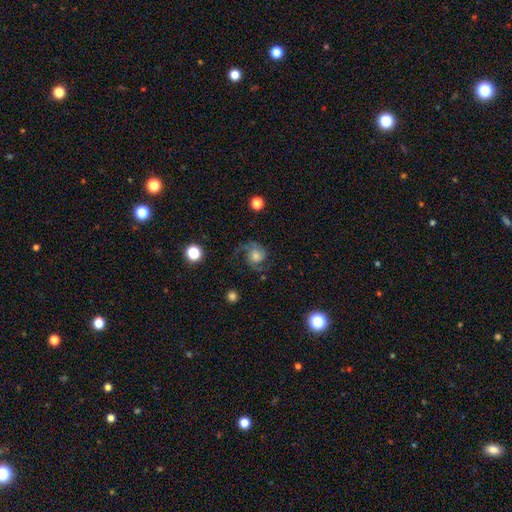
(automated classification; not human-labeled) Smooth or featured? featured or disk (80%)
Edge-on disk? no (98%)
Bar? no (69%)
Spiral arms? yes (96%)
Spiral winding? medium (53%)
Spiral arm count? 2 (88%)
Bulge size? moderate (51%)
Merging? none (68%)